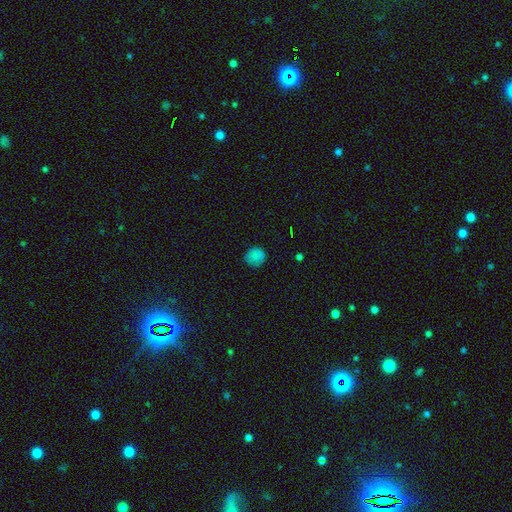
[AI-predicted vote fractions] This is clearly a smooth galaxy (82%). How rounded: clearly round (90%). Merging: clearly none (84%).